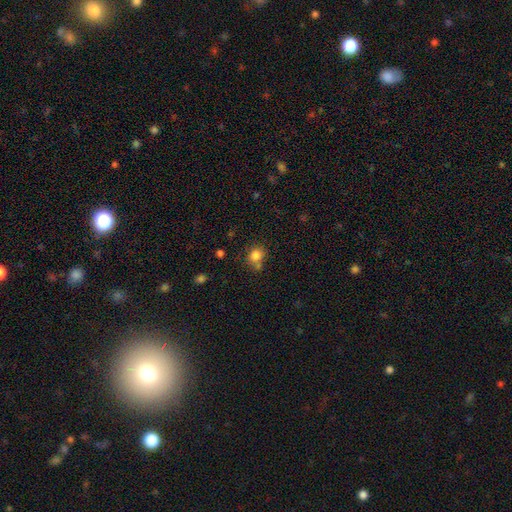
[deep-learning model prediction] A smooth galaxy with no disk features (82%) that is round (77%). Merging: none (60%).